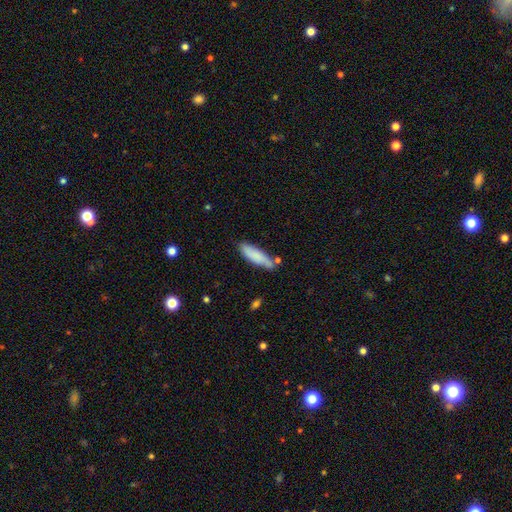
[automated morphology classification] smooth 78%, featured or disk 16%, star or artifact 6%. Down the decision tree: how rounded — cigar-shaped (57%); merging — none (66%).